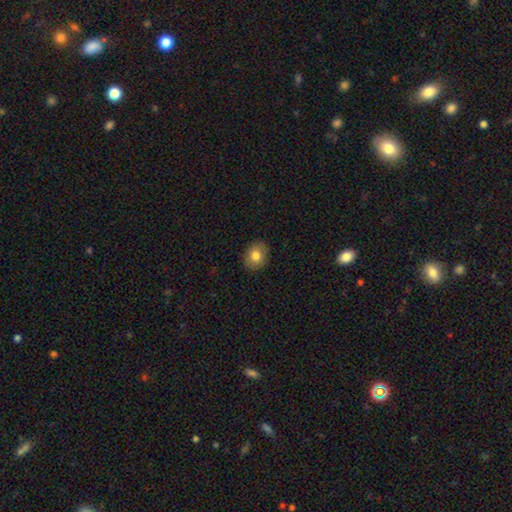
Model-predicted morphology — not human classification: This is clearly a smooth galaxy (81%). How rounded: possibly round (52%). Merging: clearly none (89%).